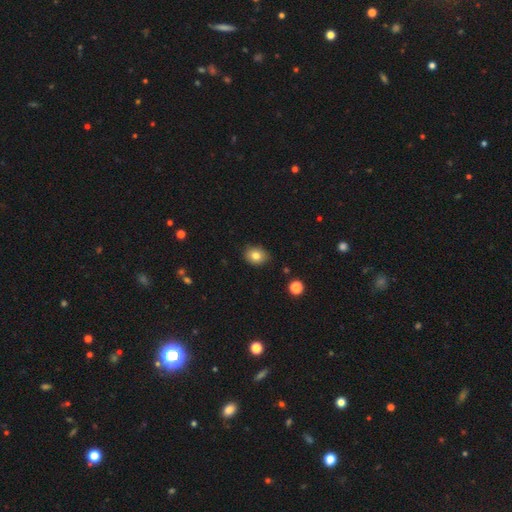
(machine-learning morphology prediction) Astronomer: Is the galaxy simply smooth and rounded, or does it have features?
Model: smooth — 81%.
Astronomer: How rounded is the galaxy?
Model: round — 52% (runner-up: in between, 48%).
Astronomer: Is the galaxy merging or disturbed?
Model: none — 84%.